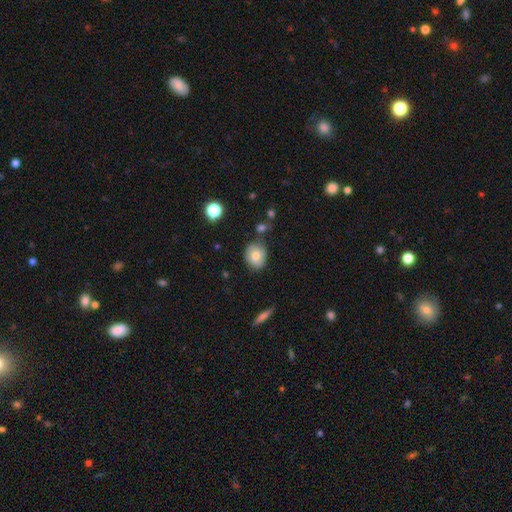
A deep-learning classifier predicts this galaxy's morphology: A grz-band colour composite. It shows a smooth galaxy with no disk features (74%) that is round (60%). Merging: none (77%).